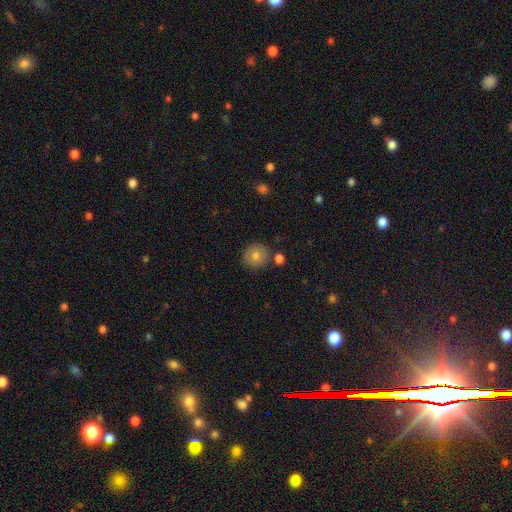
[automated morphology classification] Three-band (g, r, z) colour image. It shows a smooth galaxy with no disk features (77%) that is round (90%). Merging: none (83%).